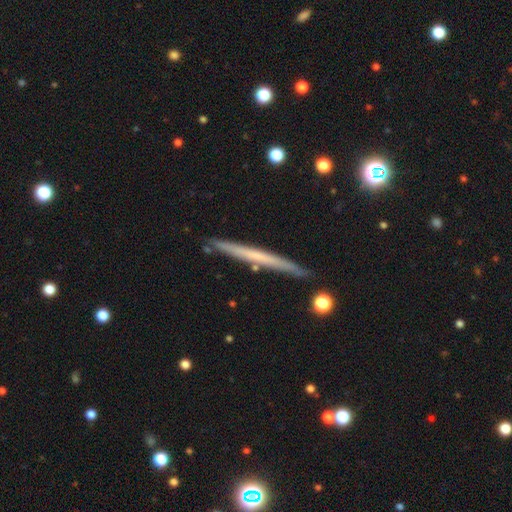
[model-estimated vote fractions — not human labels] smooth-or-featured: featured or disk: 49% | smooth: 45% | star or artifact: 6%
  merging: none: 88% | minor disturbance: 9% | merger: 2% | major disturbance: 2%